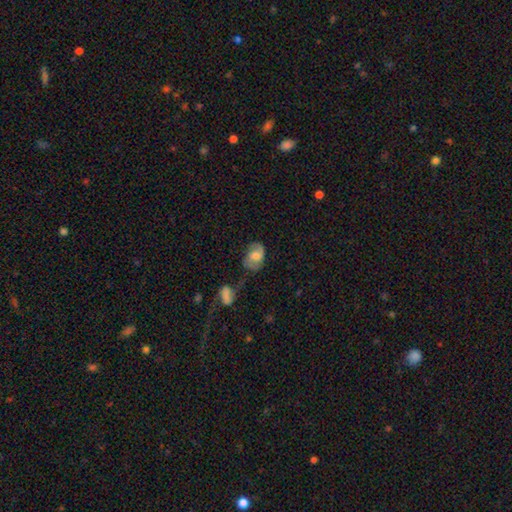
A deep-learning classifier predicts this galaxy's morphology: Smooth or featured? Predicted: featured or disk (p=0.49). Merging? Predicted: none (p=0.51).